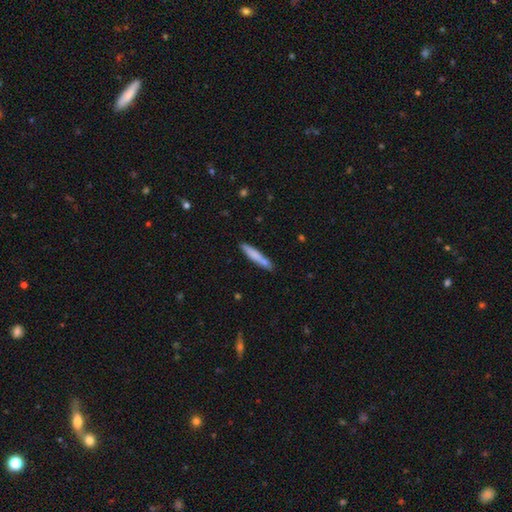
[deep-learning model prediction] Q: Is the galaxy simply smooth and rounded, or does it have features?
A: smooth — 75%.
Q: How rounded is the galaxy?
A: cigar-shaped — 92%.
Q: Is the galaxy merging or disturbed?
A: none — 79%.